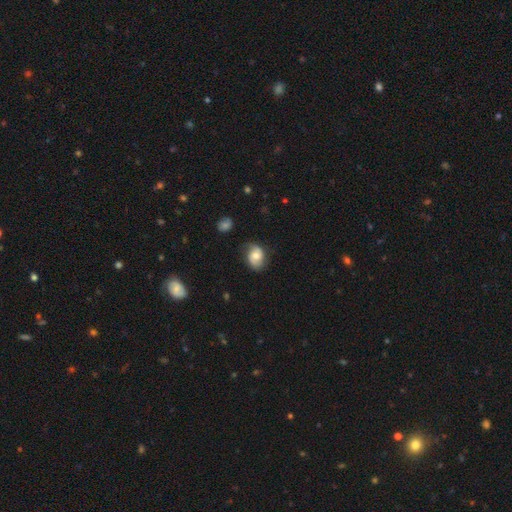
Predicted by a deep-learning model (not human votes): Overall: smooth (53%; featured or disk 38%). How rounded: in between (66%; round 33%). Merging: none (67%).